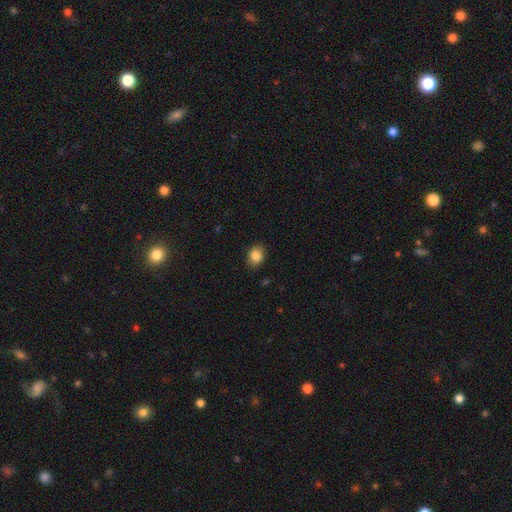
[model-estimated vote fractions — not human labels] Smooth or featured?
  - smooth: 86% *
  - star or artifact: 9%
  - featured or disk: 6%
How rounded?
  - in between: 63% *
  - round: 36%
  - cigar-shaped: 1%
Merging?
  - none: 82% *
  - minor disturbance: 14%
  - major disturbance: 3%
  - merger: 1%